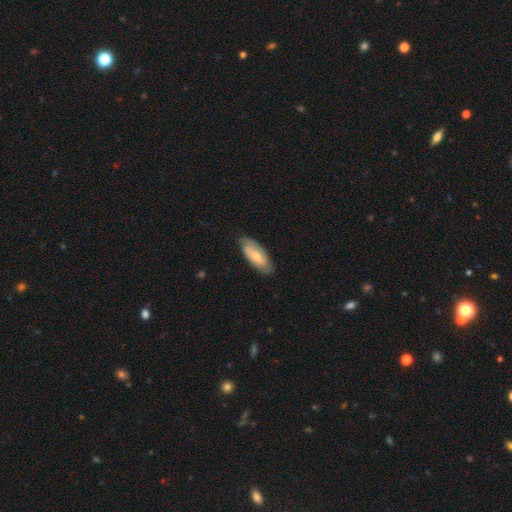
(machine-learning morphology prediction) This appears to be a smooth galaxy with no disk features (63%) that is in between round and cigar-shaped (82%). Merging: none (78%).